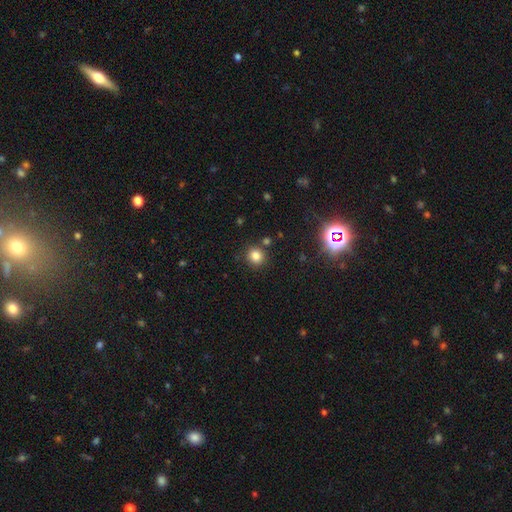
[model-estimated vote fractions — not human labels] Morphology: type=smooth (80%); roundness=round (90%); merging=none (85%).